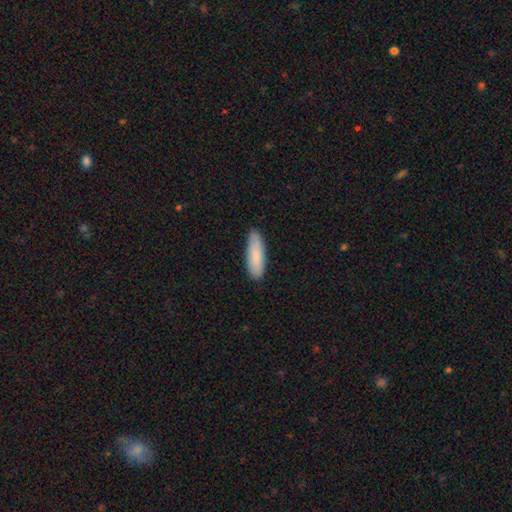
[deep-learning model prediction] smooth_or_featured: smooth (p=0.86) [alt: featured or disk p=0.09]
how_rounded: cigar-shaped (p=0.51) [alt: in between p=0.48]
merging: none (p=0.85) [alt: minor disturbance p=0.12]